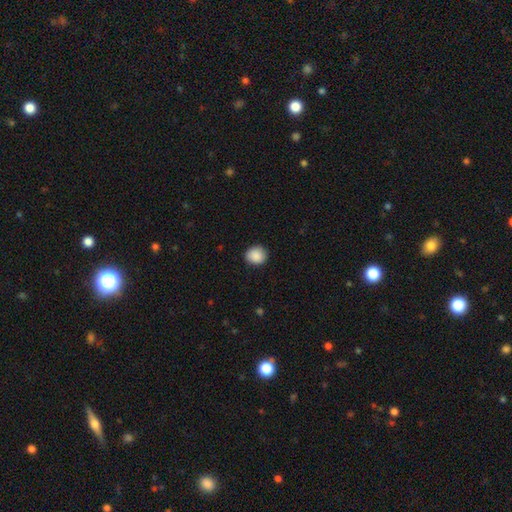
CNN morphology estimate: type=smooth (89%); roundness=round (83%); merging=none (88%).